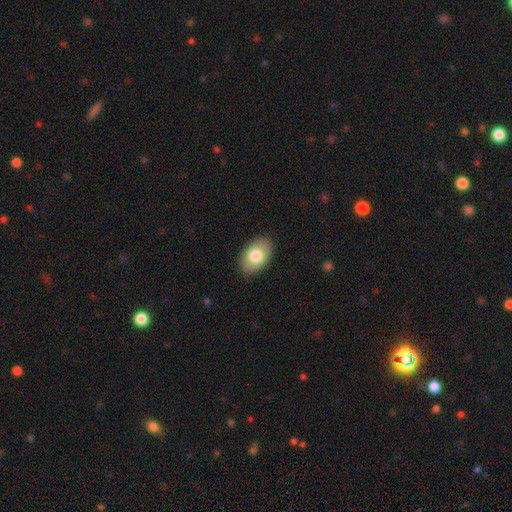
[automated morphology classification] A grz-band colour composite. It shows a smooth galaxy with no disk features (78%) that is in between round and cigar-shaped (90%). Merging: none (87%).